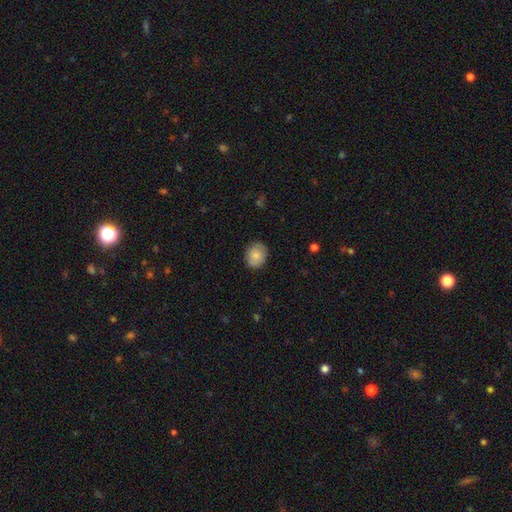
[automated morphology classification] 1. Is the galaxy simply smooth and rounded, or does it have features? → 80% smooth, 13% featured or disk, 7% star or artifact.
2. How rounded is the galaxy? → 62% round, 37% in between, 1% cigar-shaped.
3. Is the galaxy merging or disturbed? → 85% none, 12% minor disturbance, 3% major disturbance, 1% merger.